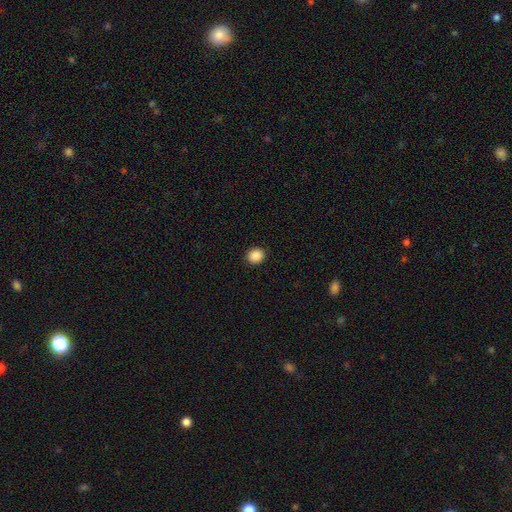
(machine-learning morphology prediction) A smooth galaxy with no disk features (88%) that is round (72%).

Vote fractions:
- Smooth or featured? smooth: 88% / star or artifact: 9% / featured or disk: 3%
- How rounded? round: 72% / in between: 27% / cigar-shaped: 1%
- Merging? none: 91% / minor disturbance: 6% / major disturbance: 2% / merger: 1%